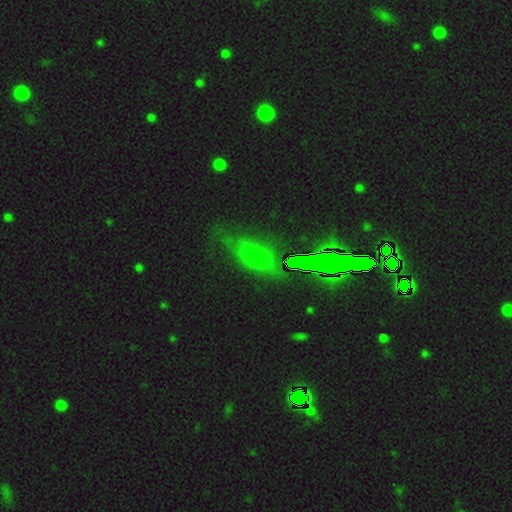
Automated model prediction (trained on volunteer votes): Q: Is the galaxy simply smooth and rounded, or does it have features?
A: smooth — 52%.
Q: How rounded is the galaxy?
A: in between — 67%.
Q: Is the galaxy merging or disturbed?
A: none — 69%.